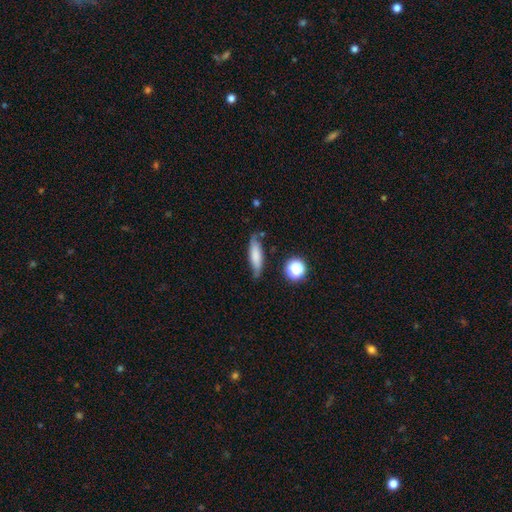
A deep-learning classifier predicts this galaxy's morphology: Smooth or featured? Predicted: smooth (p=0.66). How rounded? Predicted: cigar-shaped (p=0.56). Merging? Predicted: none (p=0.70).